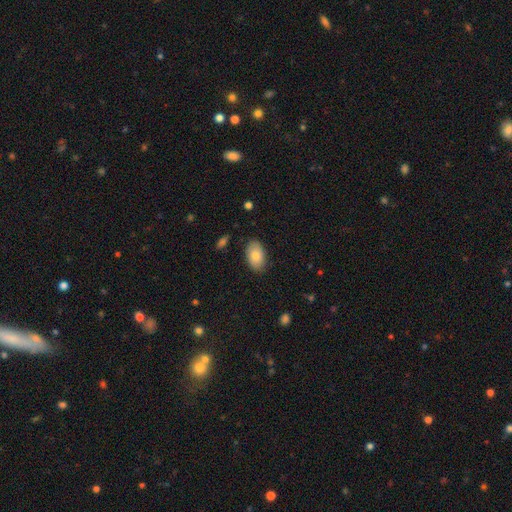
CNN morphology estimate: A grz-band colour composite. It shows a smooth galaxy with no disk features (81%) that is in between round and cigar-shaped (93%). Merging: none (84%).